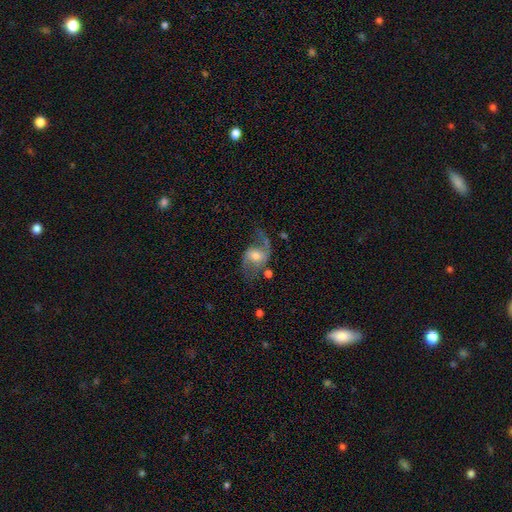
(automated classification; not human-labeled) Smooth or featured?
  - featured or disk: 77% *
  - smooth: 16%
  - star or artifact: 7%
Edge-on disk?
  - no: 97% *
  - yes: 3%
Bar?
  - no: 47% *
  - weak: 40%
  - strong: 13%
Spiral arms?
  - yes: 90% *
  - no: 10%
Spiral winding?
  - loose: 66% *
  - medium: 29%
  - tight: 6%
Spiral arm count?
  - 2: 85% *
  - 1: 8%
  - can't tell: 4%
  - 3: 1%
  - 4: 1%
  - more than 4: 1%
Bulge size?
  - moderate: 60% *
  - small: 27%
  - large: 9%
  - none: 3%
  - dominant: 2%
Merging?
  - none: 54% *
  - major disturbance: 21%
  - minor disturbance: 20%
  - merger: 5%